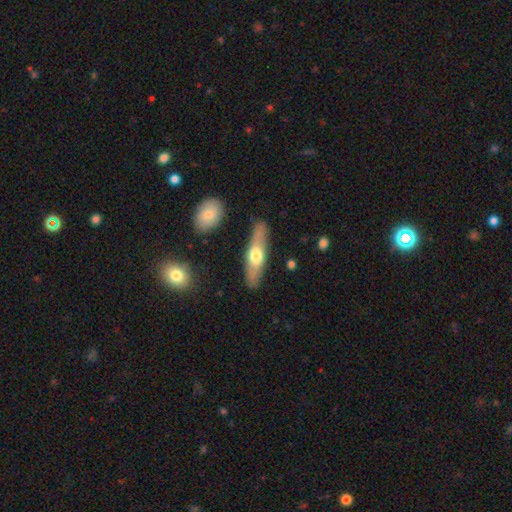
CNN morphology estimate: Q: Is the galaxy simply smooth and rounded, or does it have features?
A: smooth — 48%.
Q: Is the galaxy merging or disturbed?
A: none — 85%.